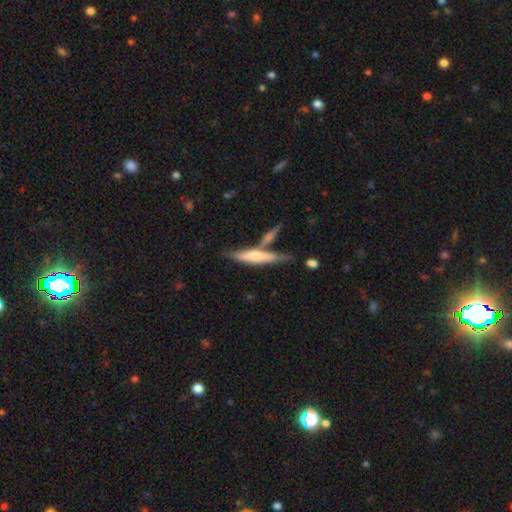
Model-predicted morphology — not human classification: smooth 51%, featured or disk 43%, star or artifact 6%. Down the decision tree: how rounded — cigar-shaped (81%); merging — none (52%).